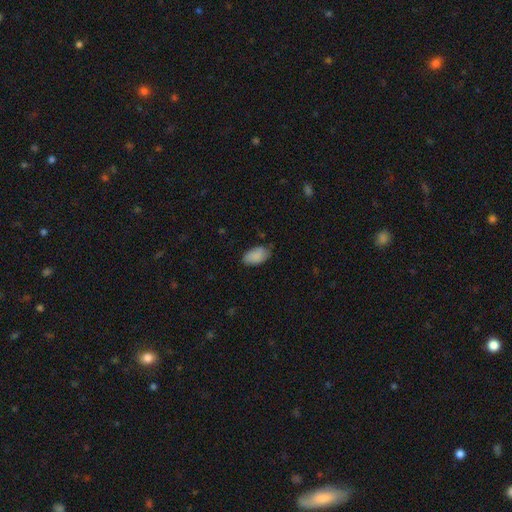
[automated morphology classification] Overall: smooth (86%). How rounded: in between (94%). Merging: none (72%).